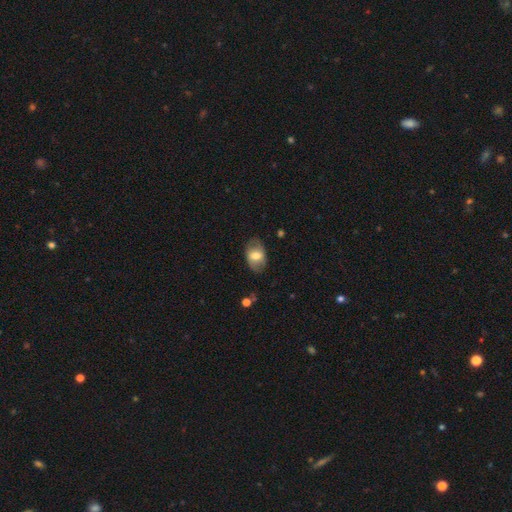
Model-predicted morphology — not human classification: type=smooth (62%); roundness=in between (84%); merging=none (77%).